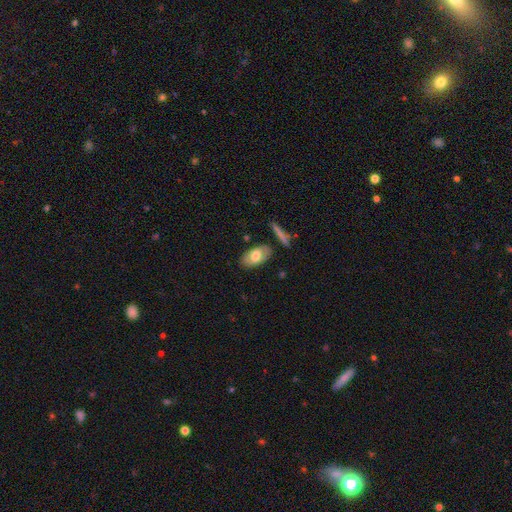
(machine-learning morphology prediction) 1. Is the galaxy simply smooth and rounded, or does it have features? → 71% smooth, 23% featured or disk, 6% star or artifact.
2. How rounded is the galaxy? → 92% in between, 4% round, 3% cigar-shaped.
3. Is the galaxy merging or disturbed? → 79% none, 13% minor disturbance, 4% merger, 3% major disturbance.